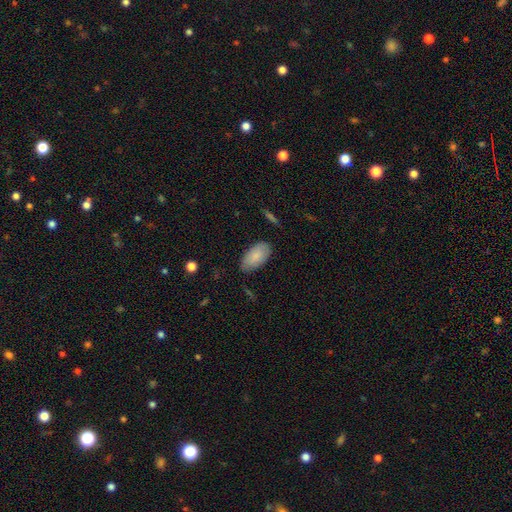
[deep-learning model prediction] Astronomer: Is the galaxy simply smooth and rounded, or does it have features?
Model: smooth — 85%.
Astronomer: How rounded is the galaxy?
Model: in between — 95%.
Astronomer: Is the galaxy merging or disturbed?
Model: none — 82%.